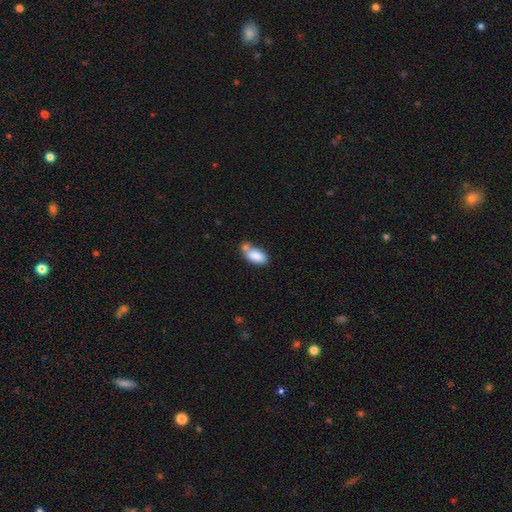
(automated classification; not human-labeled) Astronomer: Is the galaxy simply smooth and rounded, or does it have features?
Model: smooth — 84%.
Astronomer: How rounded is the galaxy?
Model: in between — 91%.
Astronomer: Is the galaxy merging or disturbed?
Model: none — 39% (runner-up: merger, 32%).